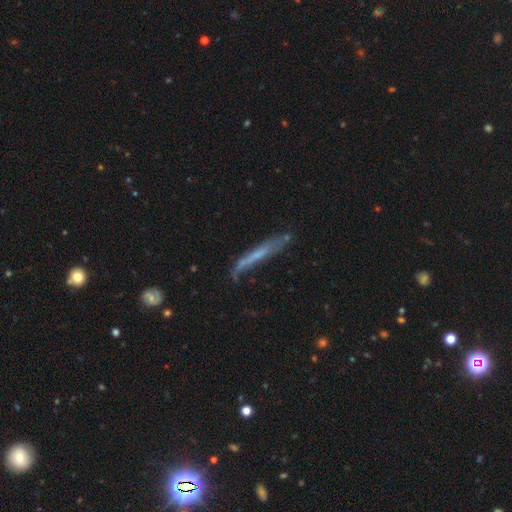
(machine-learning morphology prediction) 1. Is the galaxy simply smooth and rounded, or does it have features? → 47% featured or disk, 44% smooth, 8% star or artifact.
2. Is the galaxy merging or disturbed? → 51% none, 29% minor disturbance, 15% major disturbance, 5% merger.